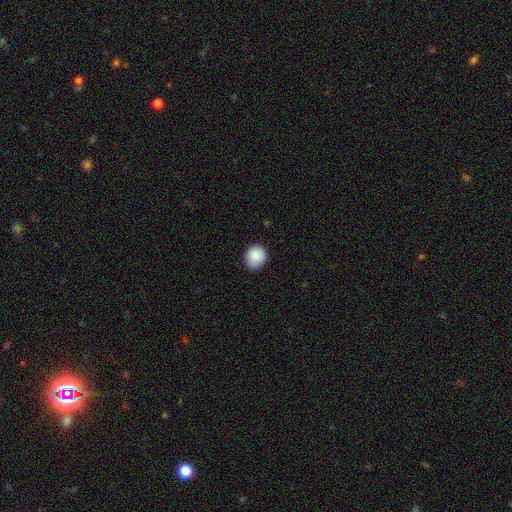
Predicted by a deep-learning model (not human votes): smooth_or_featured: smooth (p=0.89) [alt: star or artifact p=0.08]
how_rounded: round (p=0.77) [alt: in between p=0.22]
merging: none (p=0.84) [alt: minor disturbance p=0.13]